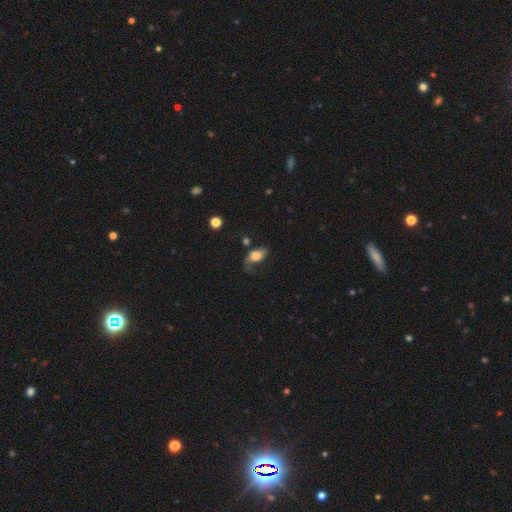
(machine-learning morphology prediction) Smooth or featured? smooth (59%)
How rounded? in between (84%)
Merging? major disturbance (38%)